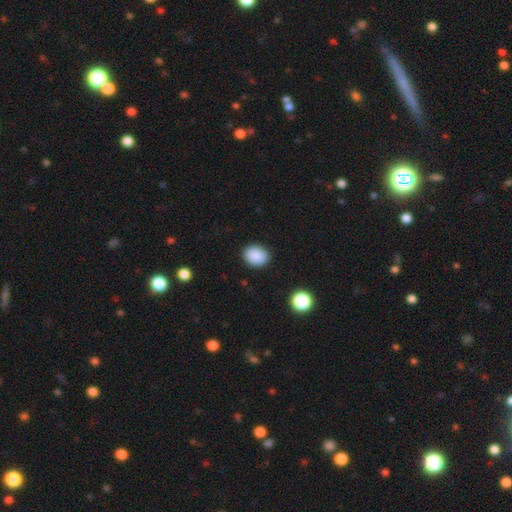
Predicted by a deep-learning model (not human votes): Smooth or featured: smooth — 88% (star or artifact — 9%)
How rounded: in between — 51% (round — 48%)
Merging: none — 89% (minor disturbance — 8%)